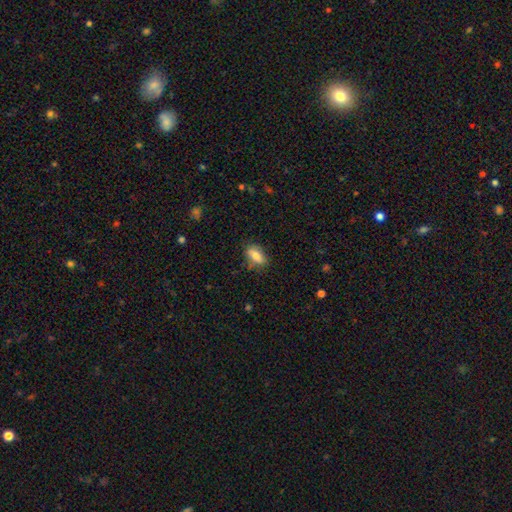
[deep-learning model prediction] Smooth or featured? smooth (72%)
How rounded? in between (84%)
Merging? none (75%)